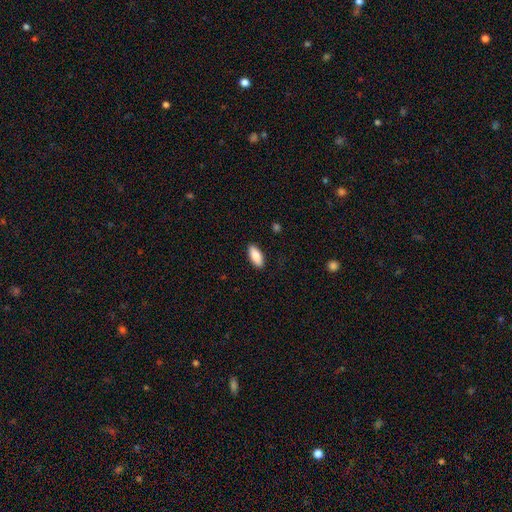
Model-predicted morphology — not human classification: Overall: smooth (86%). How rounded: in between (85%). Merging: none (89%).